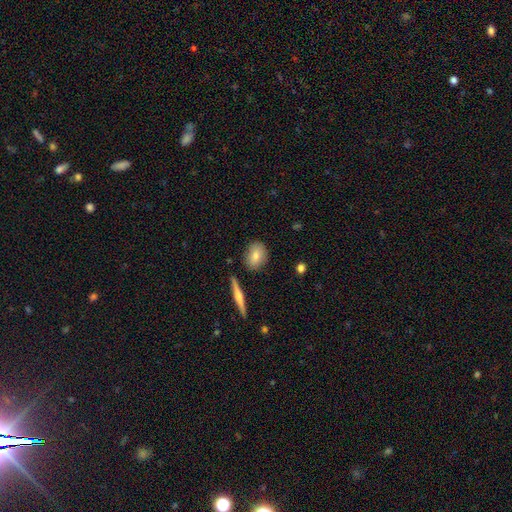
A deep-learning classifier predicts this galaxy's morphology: type=smooth (75%); roundness=in between (66%); merging=none (82%).